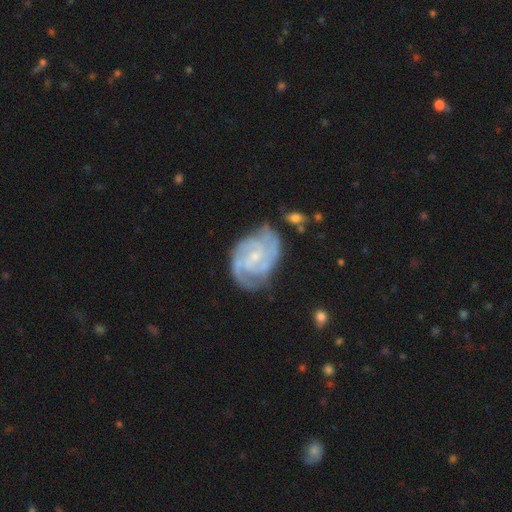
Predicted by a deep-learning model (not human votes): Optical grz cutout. It shows a featured or disk galaxy (89%) with no bar (53%), 2 (39%) tight (58%) spiral arms (97%) and a small central bulge (73%). Merging: none (69%).